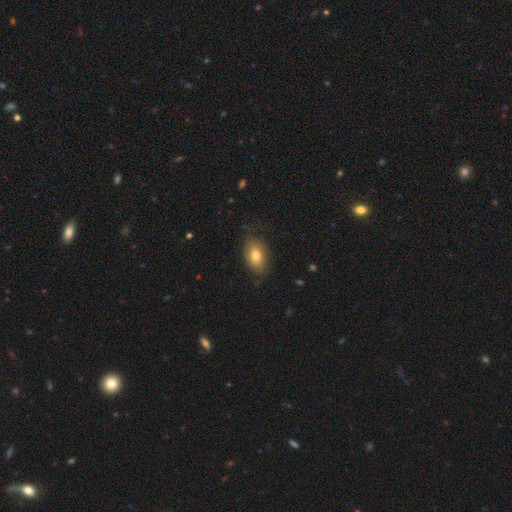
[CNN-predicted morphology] type=smooth (78%); roundness=in between (87%); merging=none (75%).